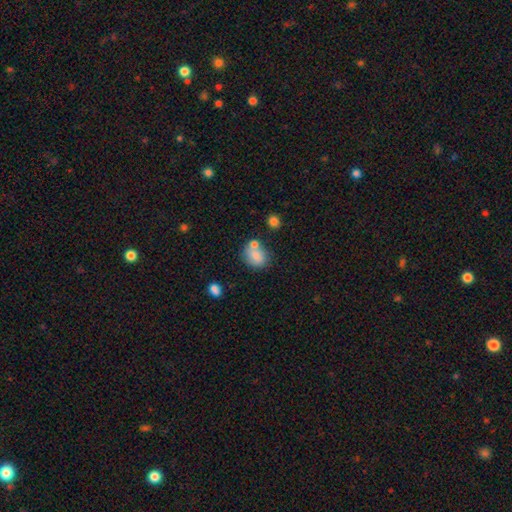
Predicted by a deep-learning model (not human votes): The model was most divided on "how rounded": round: 53%, in between: 46%, cigar-shaped: 1%. More confident: smooth or featured — smooth (78%); merging — none (53%).